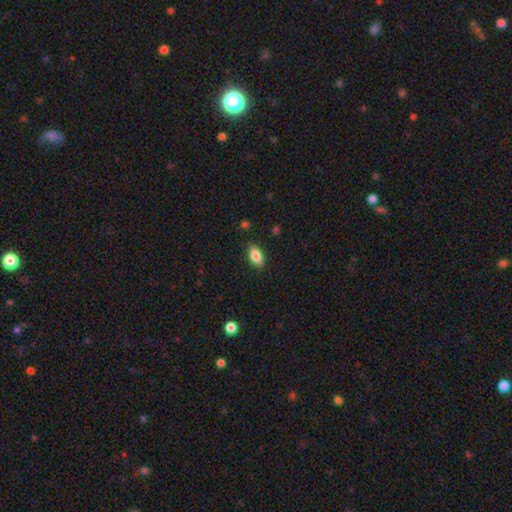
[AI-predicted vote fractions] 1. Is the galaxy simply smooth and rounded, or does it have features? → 85% smooth, 8% featured or disk, 8% star or artifact.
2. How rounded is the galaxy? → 91% in between, 5% round, 4% cigar-shaped.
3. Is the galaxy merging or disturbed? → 87% none, 9% minor disturbance, 2% major disturbance, 1% merger.